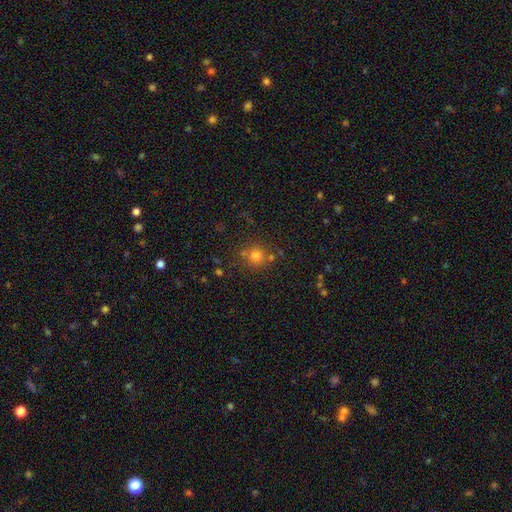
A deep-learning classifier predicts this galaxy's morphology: Smooth or featured? smooth (74%)
How rounded? round (91%)
Merging? none (74%)